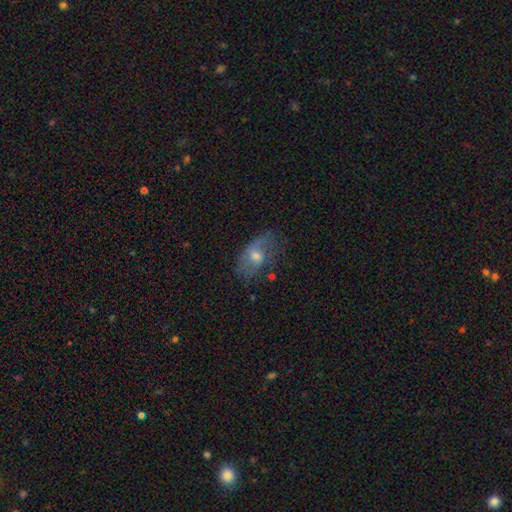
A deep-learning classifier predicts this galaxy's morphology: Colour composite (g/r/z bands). It shows a featured or disk galaxy (48%). Merging: none (58%).